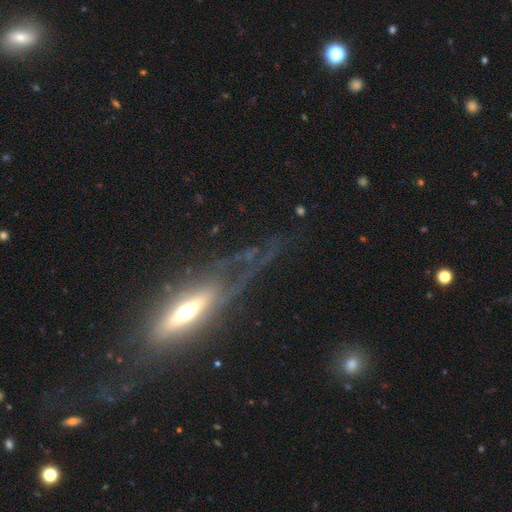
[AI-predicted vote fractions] Morphology: type=featured or disk (73%); edge-on=yes (55%); merging=none (49%).